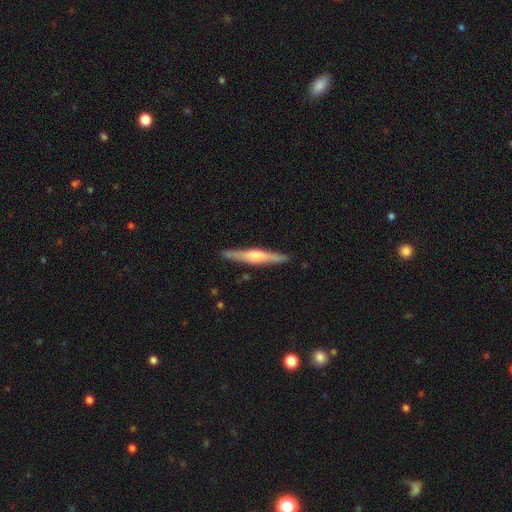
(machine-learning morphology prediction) The model was most divided on "smooth or featured": featured or disk: 68%, smooth: 26%, star or artifact: 5%. More confident: edge-on disk — yes (97%); merging — none (90%); edge-on bulge — rounded (81%).